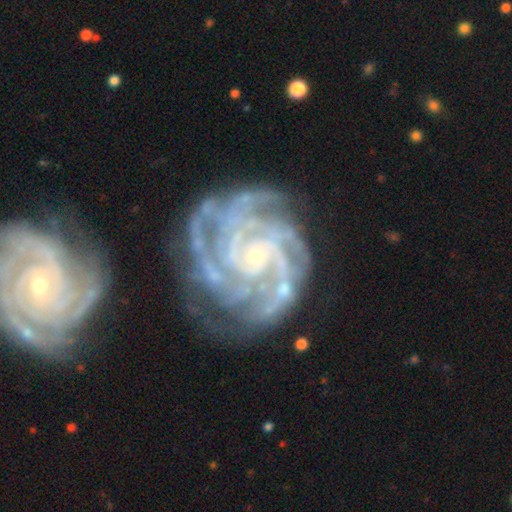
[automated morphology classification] This appears to be a featured or disk galaxy (92%) with no bar (66%), 4 (32%) tight (73%) spiral arms (98%) and a small central bulge (85%). Merging: none (64%).